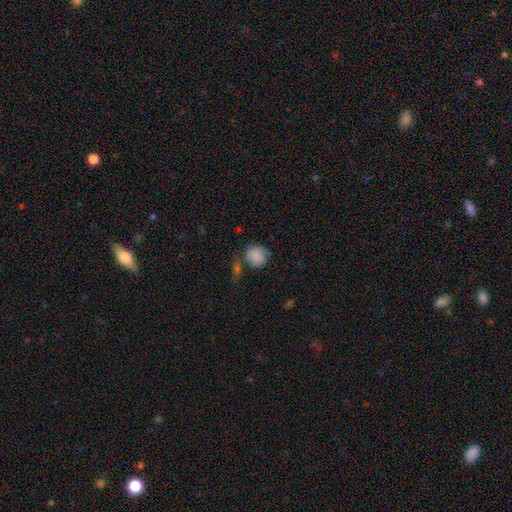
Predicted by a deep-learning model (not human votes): Q: Smooth or featured?
A: smooth (85%); runner-up: star or artifact (8%)
Q: How rounded?
A: round (85%); runner-up: in between (14%)
Q: Merging?
A: none (58%); runner-up: minor disturbance (21%)